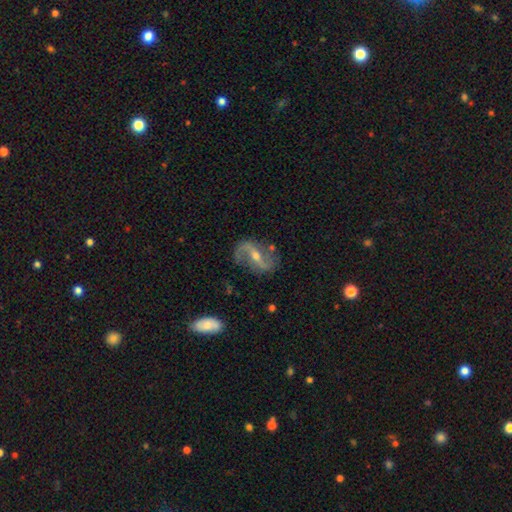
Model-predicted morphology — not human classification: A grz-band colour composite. It shows a featured or disk galaxy (87%) with a strong bar (43%), 2 (91%) loose (63%) spiral arms (94%) and a moderate central bulge (51%). Merging: none (75%).